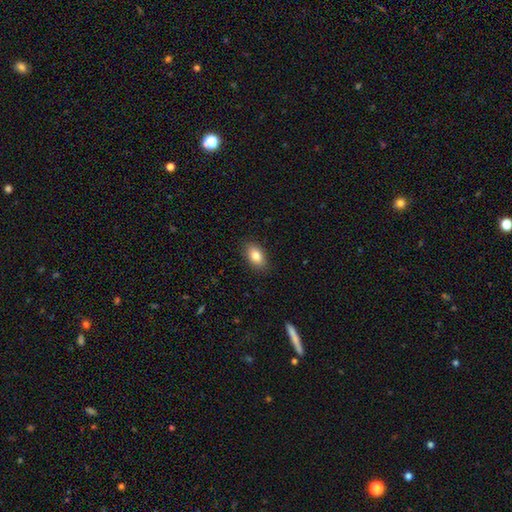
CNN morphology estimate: This is clearly a smooth galaxy (83%). How rounded: clearly in between (90%). Merging: clearly none (87%).